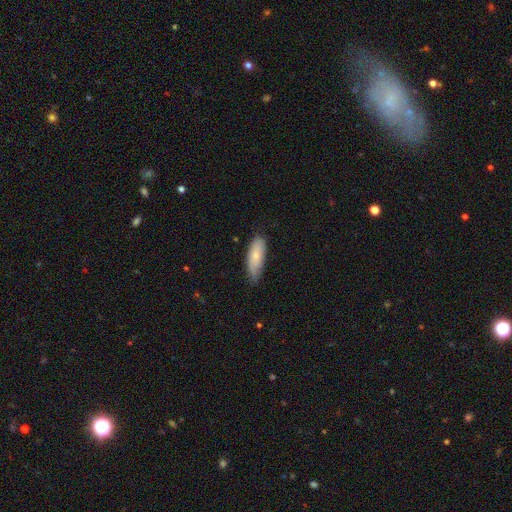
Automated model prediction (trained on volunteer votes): A smooth galaxy with no disk features (77%) that is in between round and cigar-shaped (69%).

Vote fractions:
- Smooth or featured? smooth: 77% / featured or disk: 17% / star or artifact: 6%
- How rounded? in between: 69% / cigar-shaped: 29% / round: 2%
- Merging? none: 61% / minor disturbance: 33% / major disturbance: 5% / merger: 1%